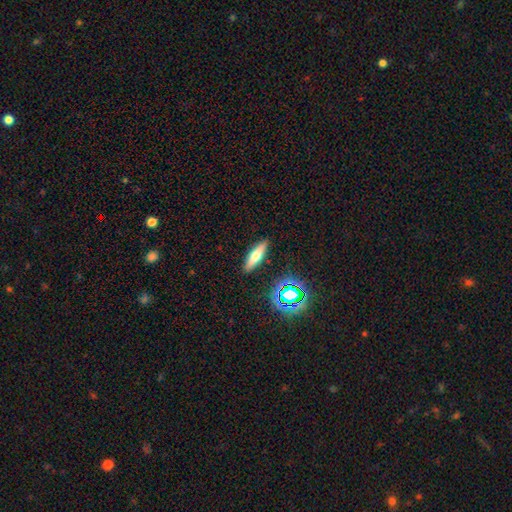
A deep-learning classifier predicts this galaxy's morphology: type=smooth (55%); roundness=cigar-shaped (65%); merging=none (89%).